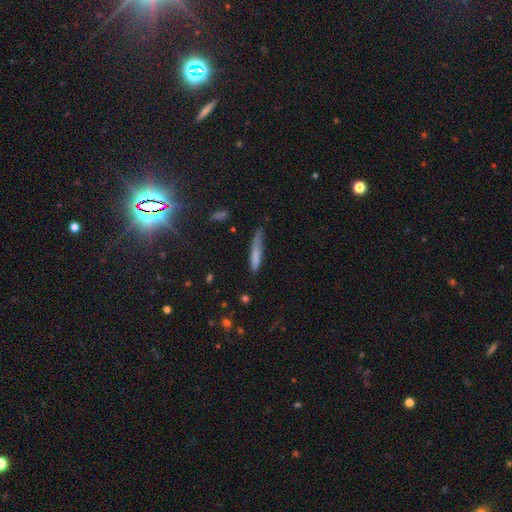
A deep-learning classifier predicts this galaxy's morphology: smooth 74%, featured or disk 18%, star or artifact 8%. Down the decision tree: how rounded — cigar-shaped (91%); merging — none (61%).